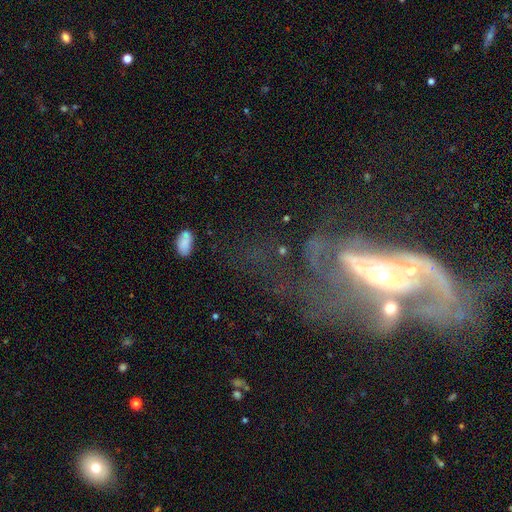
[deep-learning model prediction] A featured or disk galaxy (65%) with no bar (70%), spiral arms (52%) and a small central bulge (58%).

Vote fractions:
- Smooth or featured? featured or disk: 65% / smooth: 18% / star or artifact: 17%
- Edge-on disk? no: 86% / yes: 14%
- Bar? no: 70% / weak: 19% / strong: 11%
- Spiral arms? yes: 52% / no: 48%
- Bulge size? small: 58% / moderate: 30% / none: 6% / large: 3% / dominant: 2%
- Merging? major disturbance: 39% / merger: 25% / none: 23% / minor disturbance: 13%